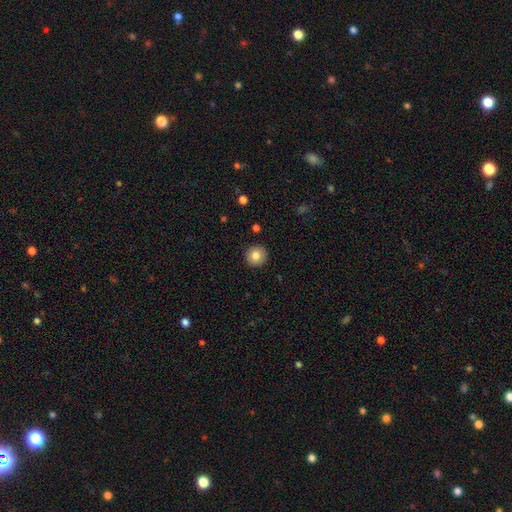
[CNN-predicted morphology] Smooth or featured? smooth (82%)
How rounded? round (95%)
Merging? none (92%)